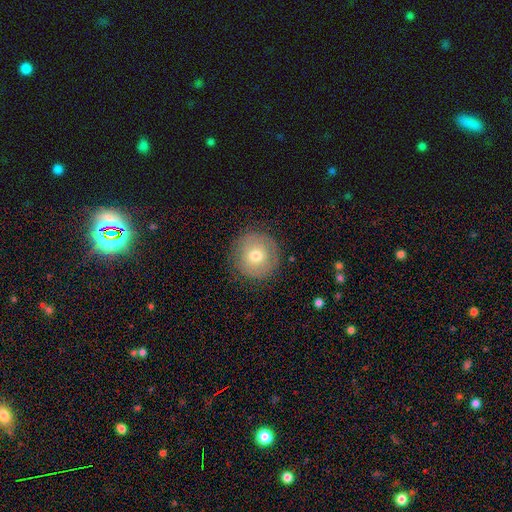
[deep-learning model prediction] Morphology: type=smooth (63%); roundness=round (94%); merging=none (86%).